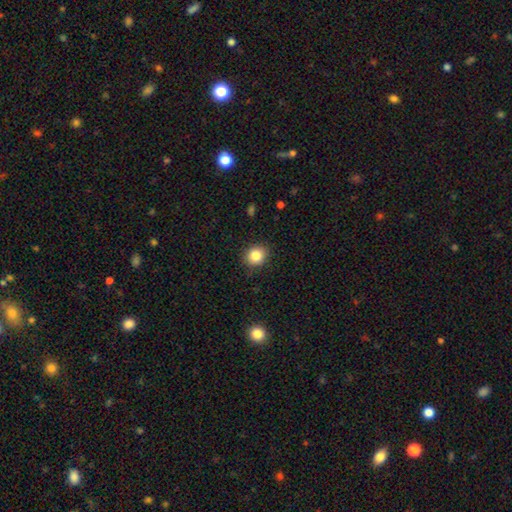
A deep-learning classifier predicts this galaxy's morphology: Q: Smooth or featured?
A: smooth (84%); runner-up: star or artifact (10%)
Q: How rounded?
A: round (77%); runner-up: in between (22%)
Q: Merging?
A: none (87%); runner-up: minor disturbance (10%)